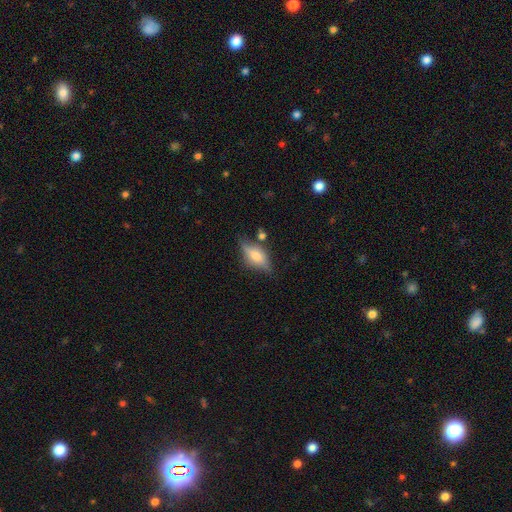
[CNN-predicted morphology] A smooth galaxy with no disk features (50%) that is in between round and cigar-shaped (76%).

Vote fractions:
- Smooth or featured? smooth: 50% / featured or disk: 41% / star or artifact: 8%
- How rounded? in between: 76% / cigar-shaped: 19% / round: 5%
- Merging? none: 67% / minor disturbance: 22% / major disturbance: 6% / merger: 5%